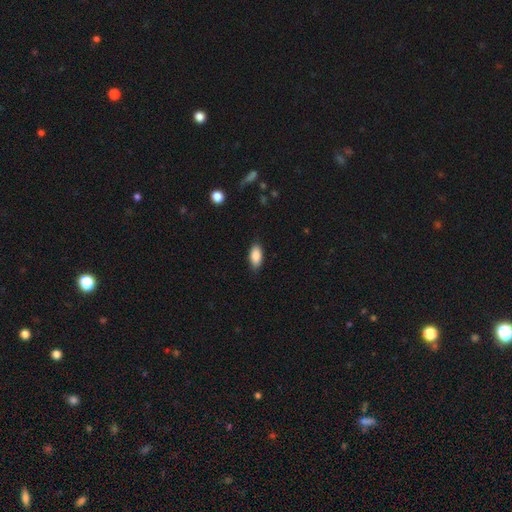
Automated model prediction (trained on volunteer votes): smooth_or_featured: smooth (p=0.87) [alt: star or artifact p=0.07]
how_rounded: in between (p=0.90) [alt: cigar-shaped p=0.07]
merging: none (p=0.84) [alt: minor disturbance p=0.12]